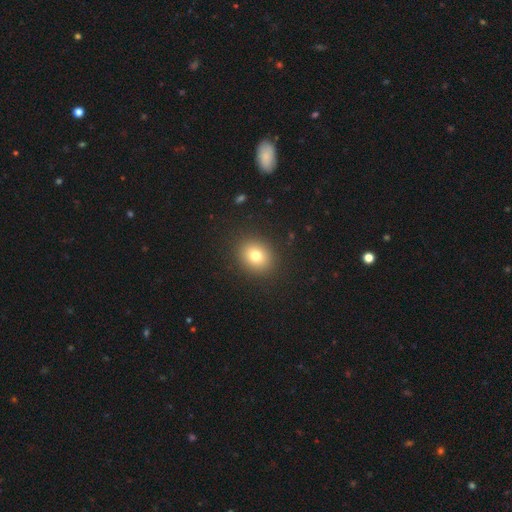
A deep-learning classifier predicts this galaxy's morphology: smooth_or_featured: smooth (p=0.78) [alt: star or artifact p=0.12]
how_rounded: round (p=0.63) [alt: in between p=0.36]
merging: none (p=0.90) [alt: minor disturbance p=0.07]